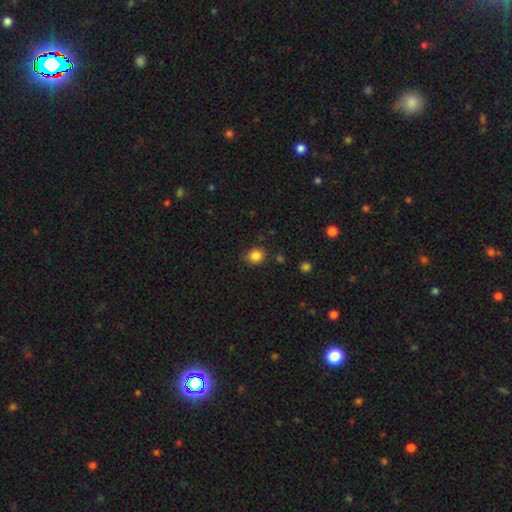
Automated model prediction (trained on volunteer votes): Overall: smooth (85%). How rounded: round (76%). Merging: none (79%).